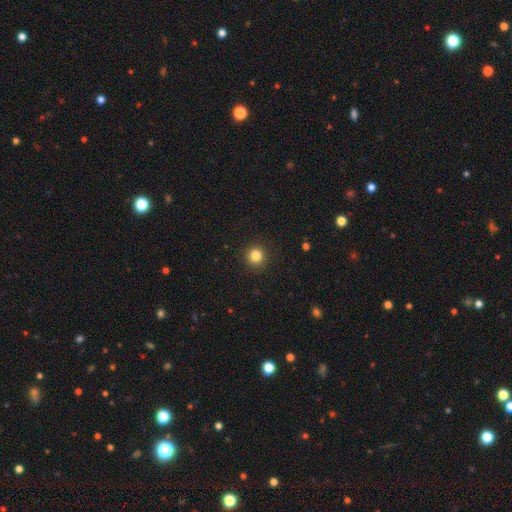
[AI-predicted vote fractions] smooth-or-featured: smooth: 83% | star or artifact: 12% | featured or disk: 5%
  how-rounded: round: 94% | in between: 5% | cigar-shaped: 1%
  merging: none: 92% | minor disturbance: 5% | major disturbance: 2% | merger: 1%